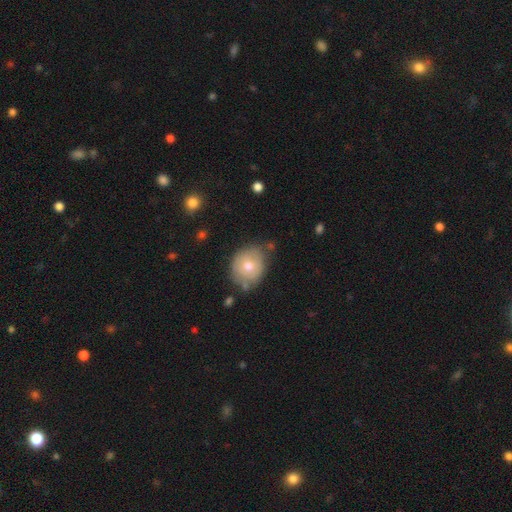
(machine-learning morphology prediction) smooth 66%, featured or disk 25%, star or artifact 8%. Down the decision tree: how rounded — round (68%); merging — none (66%).